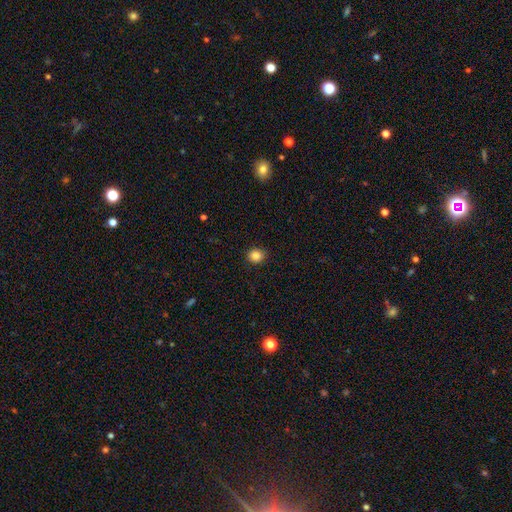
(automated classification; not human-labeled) The model was most divided on "how rounded": round: 81%, in between: 18%, cigar-shaped: 1%. More confident: merging — none (90%); smooth or featured — smooth (85%).